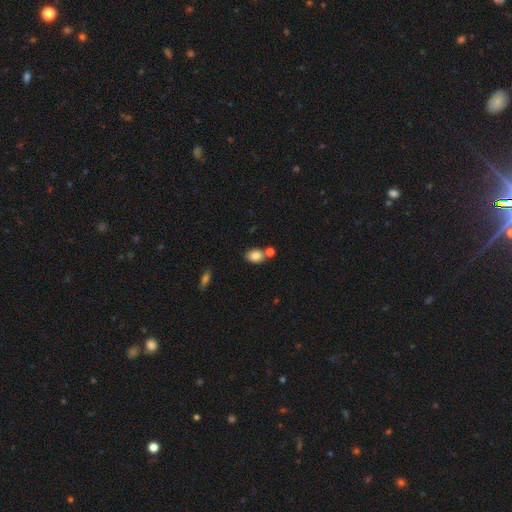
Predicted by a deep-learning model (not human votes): The model was most divided on "merging": none: 65%, merger: 20%, minor disturbance: 12%, major disturbance: 3%. More confident: smooth or featured — smooth (82%); how rounded — in between (74%).